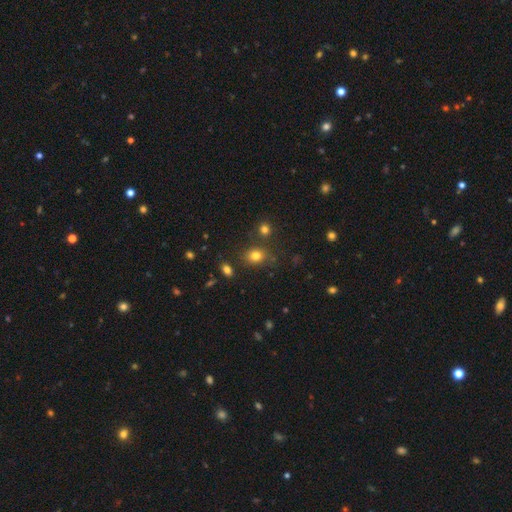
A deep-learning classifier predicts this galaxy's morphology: Smooth or featured? Predicted: smooth (p=0.79). How rounded? Predicted: round (p=0.54). Merging? Predicted: none (p=0.77).